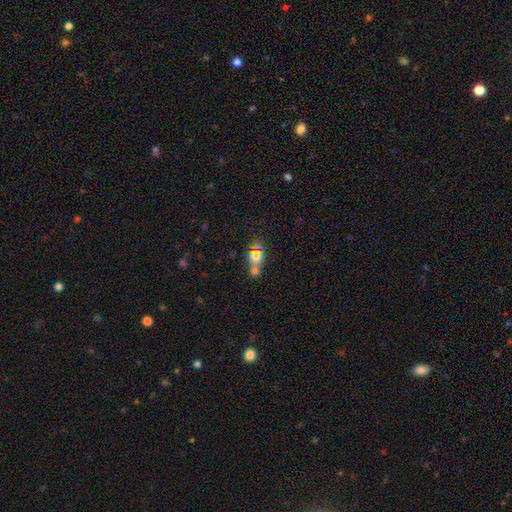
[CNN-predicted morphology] smooth-or-featured: smooth: 67% | featured or disk: 19% | star or artifact: 14%
  how-rounded: round: 51% | in between: 45% | cigar-shaped: 4%
  merging: merger: 61% | none: 27% | minor disturbance: 8% | major disturbance: 5%